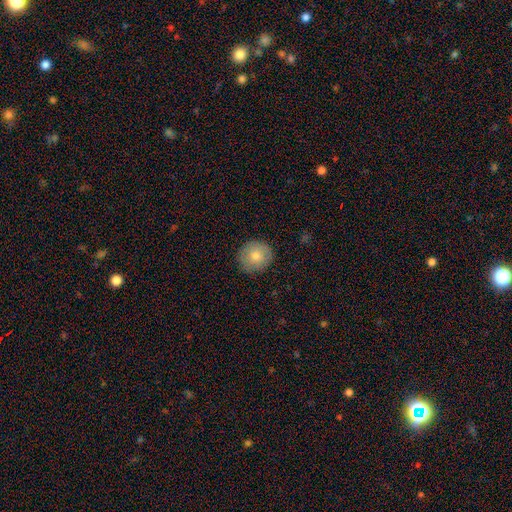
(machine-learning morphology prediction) Smooth or featured?
  - smooth: 76% *
  - featured or disk: 16%
  - star or artifact: 8%
How rounded?
  - round: 89% *
  - in between: 10%
  - cigar-shaped: 1%
Merging?
  - none: 88% *
  - minor disturbance: 9%
  - major disturbance: 2%
  - merger: 1%